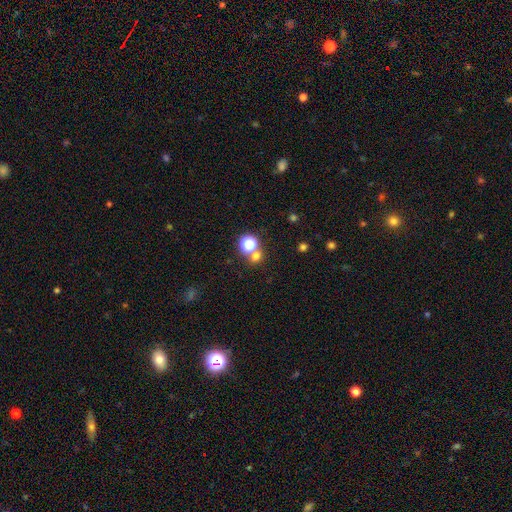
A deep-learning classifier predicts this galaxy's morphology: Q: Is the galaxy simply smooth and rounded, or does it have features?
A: smooth — 61%.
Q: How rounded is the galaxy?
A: round — 82%.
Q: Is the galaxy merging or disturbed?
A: none — 62%.